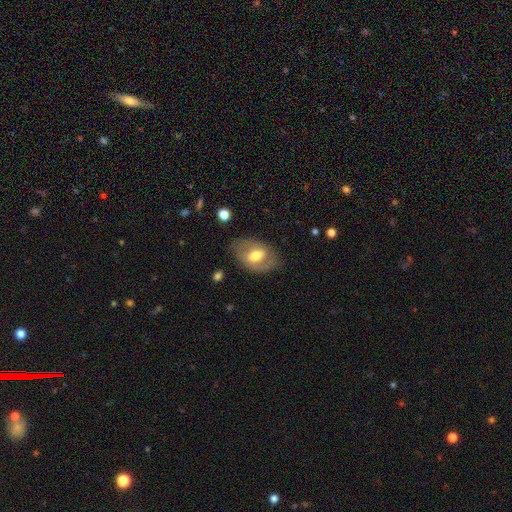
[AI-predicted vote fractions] smooth_or_featured: featured or disk (p=0.52) [alt: smooth p=0.42]
disk_edge_on: no (p=0.91) [alt: yes p=0.09]
merging: none (p=0.75) [alt: minor disturbance p=0.17]